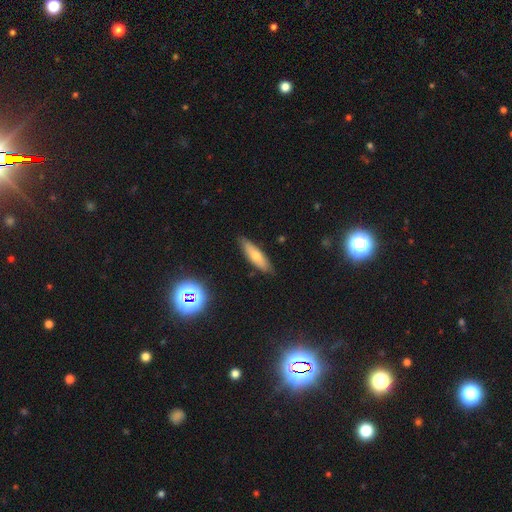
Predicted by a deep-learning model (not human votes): A smooth galaxy with no disk features (64%) that is cigar-shaped (60%). Merging: none (85%).